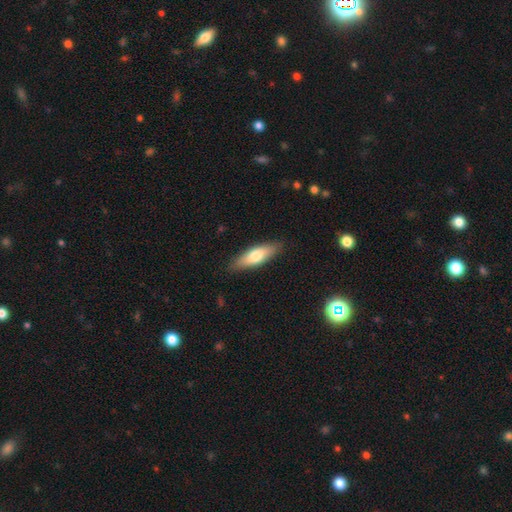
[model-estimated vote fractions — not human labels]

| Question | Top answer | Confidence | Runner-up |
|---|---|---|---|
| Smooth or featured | smooth | 68% | featured or disk (26%) |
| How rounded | in between | 49% | tied: cigar-shaped (49%) |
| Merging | none | 86% | minor disturbance (11%) |